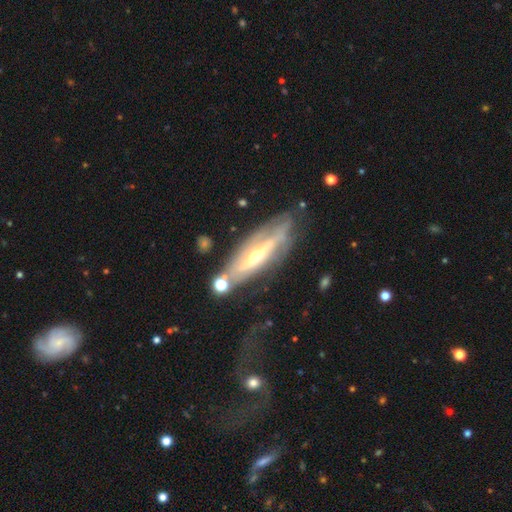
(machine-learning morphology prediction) The model was most divided on "edge-on disk": no: 63%, yes: 37%. More confident: smooth or featured — featured or disk (79%); merging — none (58%).